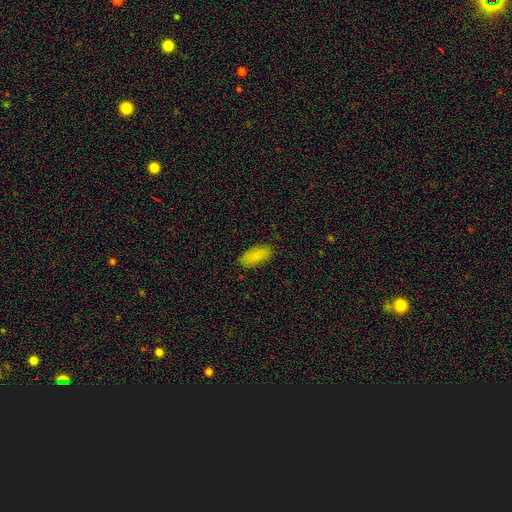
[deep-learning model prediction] Overall: smooth (86%). How rounded: in between (90%). Merging: none (87%).